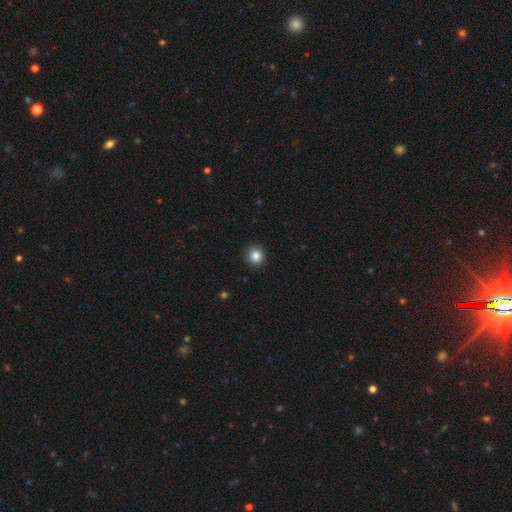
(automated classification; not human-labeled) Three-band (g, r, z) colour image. It shows a smooth galaxy with no disk features (86%) that is round (92%). Merging: none (91%).